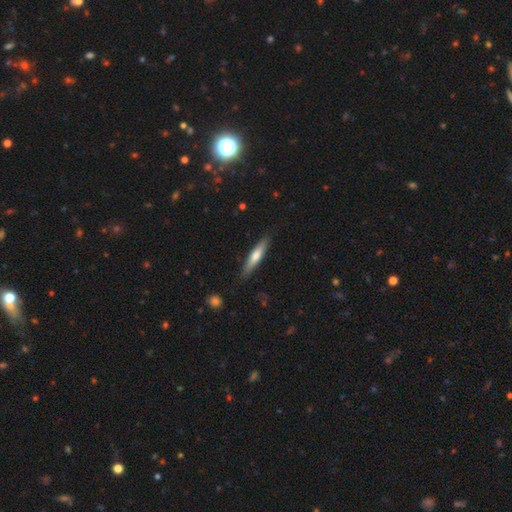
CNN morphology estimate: This appears to be a smooth galaxy with no disk features (61%) that is cigar-shaped (87%). Merging: none (86%).